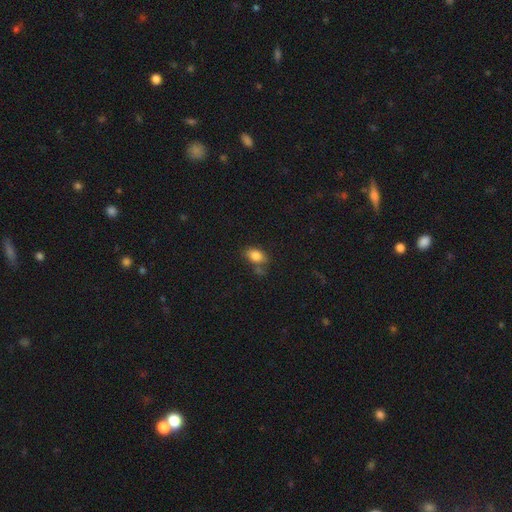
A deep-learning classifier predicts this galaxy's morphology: A smooth galaxy with no disk features (82%) that is in between round and cigar-shaped (83%).

Vote fractions:
- Smooth or featured? smooth: 82% / star or artifact: 9% / featured or disk: 9%
- How rounded? in between: 83% / round: 15% / cigar-shaped: 2%
- Merging? none: 59% / minor disturbance: 20% / merger: 14% / major disturbance: 6%